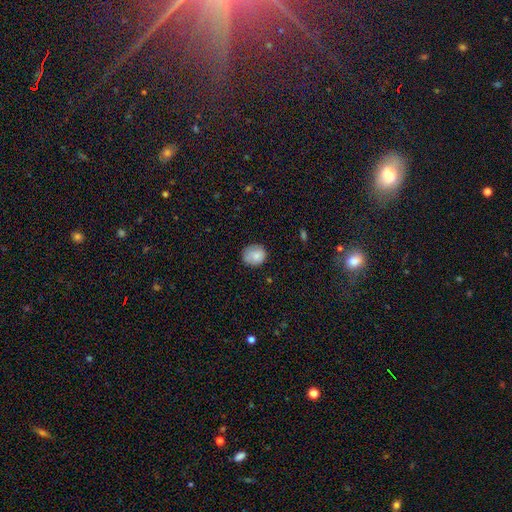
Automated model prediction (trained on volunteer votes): This is clearly a smooth galaxy (84%). How rounded: likely round (77%). Merging: likely none (76%).